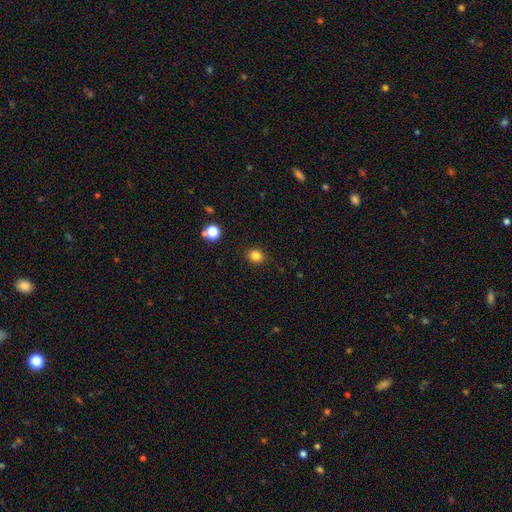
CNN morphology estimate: smooth 83%, star or artifact 13%, featured or disk 4%. Down the decision tree: how rounded — round (81%); merging — none (90%).